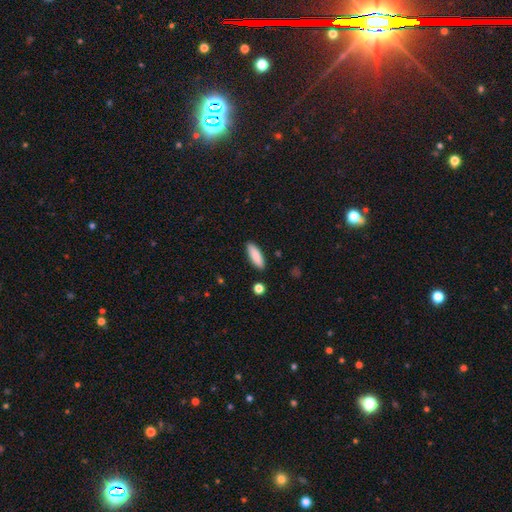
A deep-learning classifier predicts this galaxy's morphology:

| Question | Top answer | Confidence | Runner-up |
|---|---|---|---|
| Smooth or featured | smooth | 88% | featured or disk (6%) |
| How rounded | in between | 53% | cigar-shaped (45%) |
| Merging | none | 89% | minor disturbance (8%) |